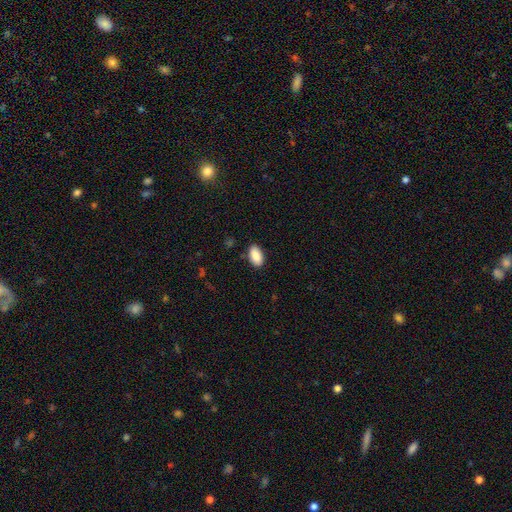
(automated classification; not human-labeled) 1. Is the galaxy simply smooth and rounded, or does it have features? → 88% smooth, 7% star or artifact, 5% featured or disk.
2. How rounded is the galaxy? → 94% in between, 3% round, 3% cigar-shaped.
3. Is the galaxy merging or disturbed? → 87% none, 9% minor disturbance, 2% major disturbance, 1% merger.